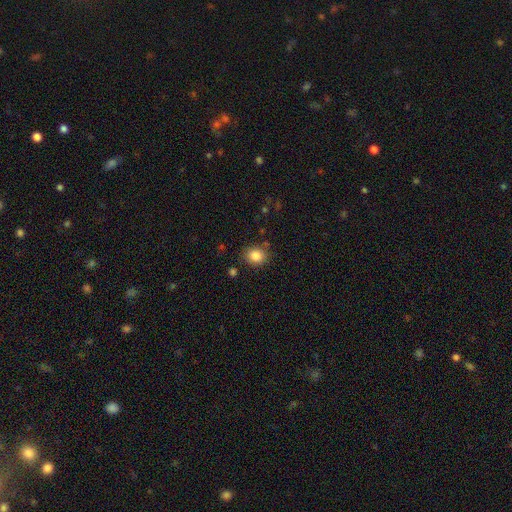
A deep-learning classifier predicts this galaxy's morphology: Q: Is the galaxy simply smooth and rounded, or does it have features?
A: smooth — 86%.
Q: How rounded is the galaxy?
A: round — 67%.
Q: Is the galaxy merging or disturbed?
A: none — 80%.